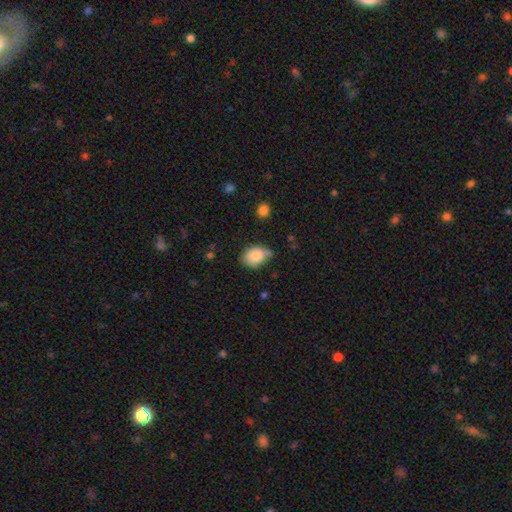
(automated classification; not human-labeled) smooth 81%, featured or disk 11%, star or artifact 7%. Down the decision tree: how rounded — in between (75%); merging — none (52%).